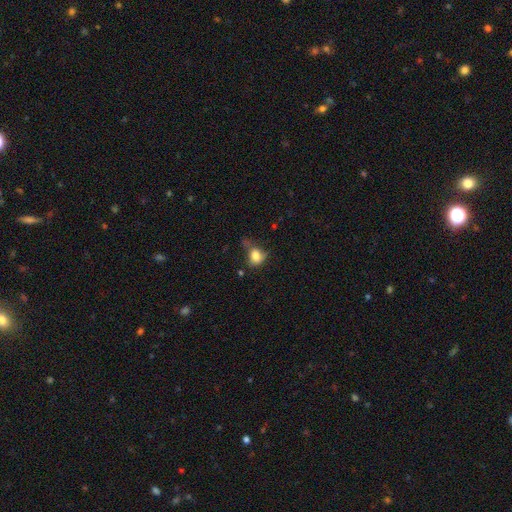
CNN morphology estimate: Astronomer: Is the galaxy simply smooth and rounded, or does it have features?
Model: smooth — 78%.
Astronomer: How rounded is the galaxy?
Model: in between — 51% (runner-up: round, 48%).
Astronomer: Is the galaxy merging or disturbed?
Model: none — 38% (runner-up: minor disturbance, 33%).